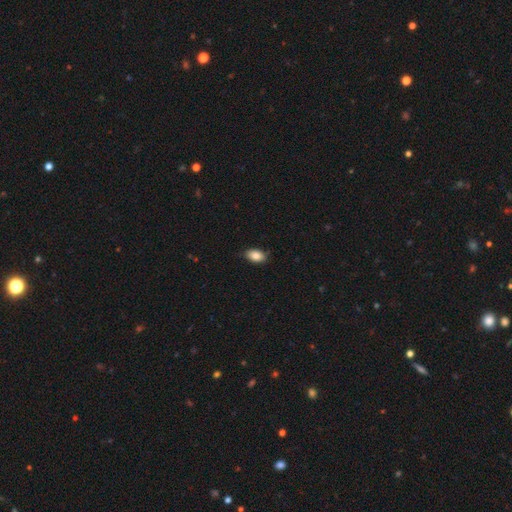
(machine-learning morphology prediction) Smooth or featured: smooth — 85% (star or artifact — 8%)
How rounded: in between — 91% (round — 7%)
Merging: none — 82% (minor disturbance — 15%)